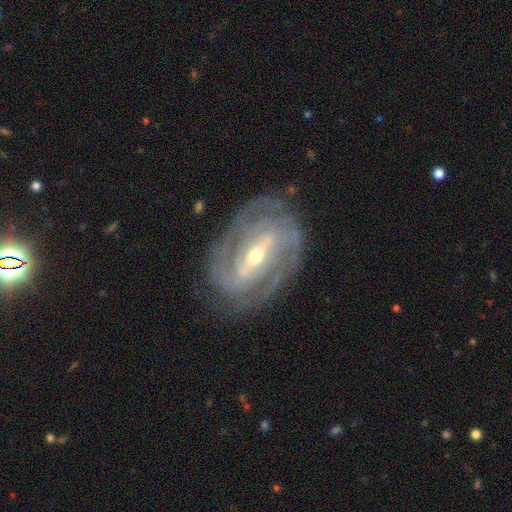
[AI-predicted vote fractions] The model was most divided on "bulge size": small: 49%, moderate: 47%, large: 2%, none: 1%, dominant: 1%. Remaining: spiral arms — yes (95%); edge-on disk — no (95%); smooth or featured — featured or disk (88%); merging — none (79%); spiral winding — tight (65%); bar — strong (60%); spiral arm count — 2 (49%).